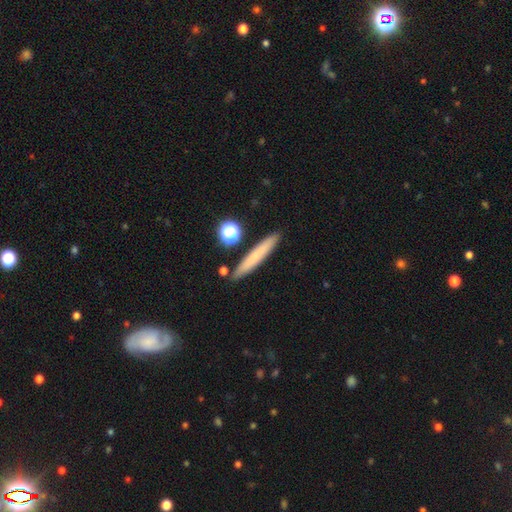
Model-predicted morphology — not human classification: Q: Smooth or featured?
A: smooth (67%); runner-up: featured or disk (24%)
Q: How rounded?
A: cigar-shaped (92%); runner-up: in between (5%)
Q: Merging?
A: none (86%); runner-up: minor disturbance (8%)